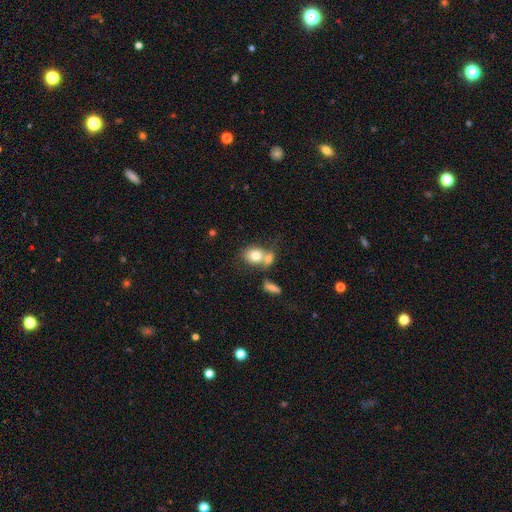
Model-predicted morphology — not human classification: smooth_or_featured: smooth (p=0.75) [alt: featured or disk p=0.16]
how_rounded: round (p=0.50) [alt: in between p=0.49]
merging: merger (p=0.48) [alt: none p=0.36]